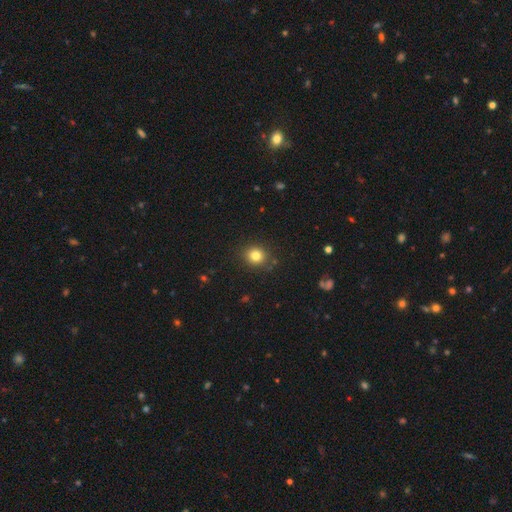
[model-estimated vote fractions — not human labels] Morphology: type=smooth (81%); roundness=round (78%); merging=none (88%).